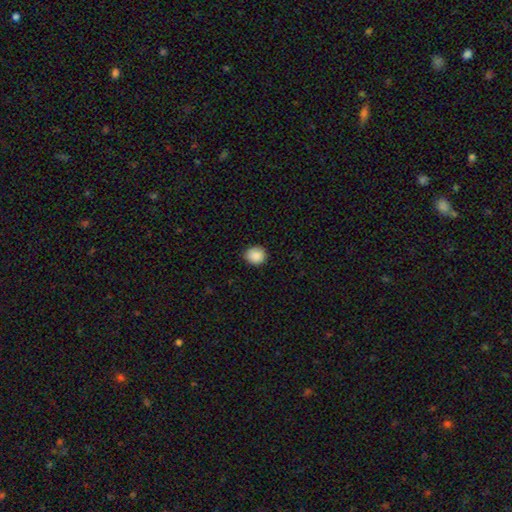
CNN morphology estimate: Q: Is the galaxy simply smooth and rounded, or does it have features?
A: smooth — 89%.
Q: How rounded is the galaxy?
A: round — 78%.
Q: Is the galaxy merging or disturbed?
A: none — 88%.